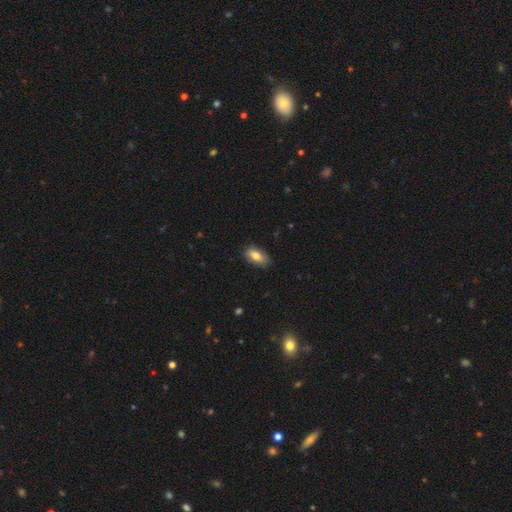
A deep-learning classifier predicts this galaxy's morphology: This appears to be a smooth galaxy with no disk features (79%) that is in between round and cigar-shaped (91%). Merging: none (81%).